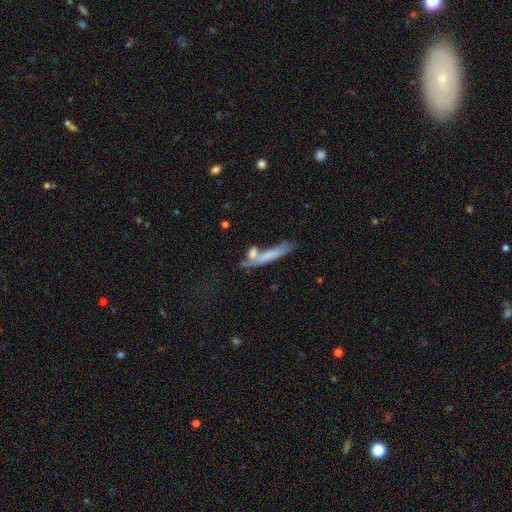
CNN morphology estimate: Smooth or featured: smooth — 63% (featured or disk — 29%)
How rounded: cigar-shaped — 71% (in between — 23%)
Merging: none — 39% (merger — 37%)